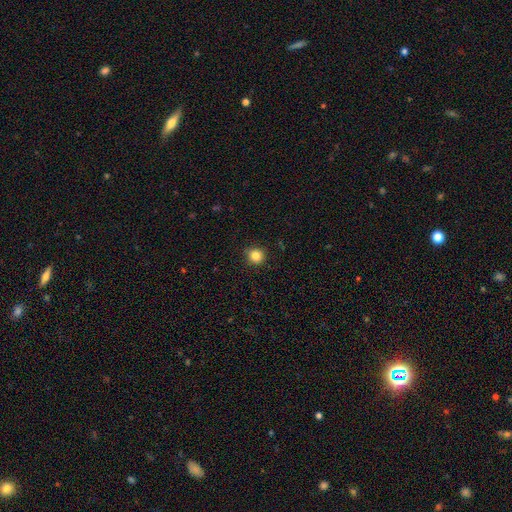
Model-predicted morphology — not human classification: This appears to be a smooth galaxy with no disk features (84%) that is round (93%). Merging: none (89%).